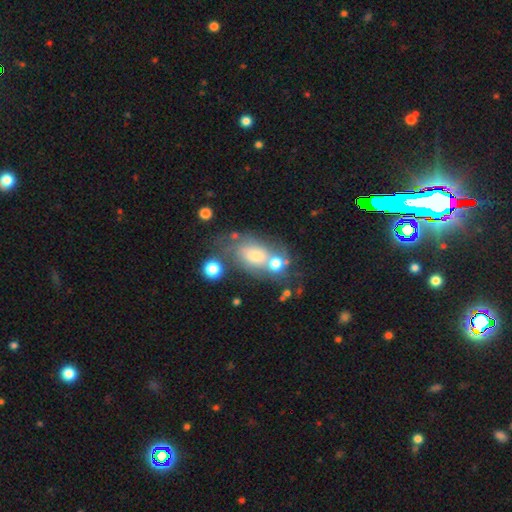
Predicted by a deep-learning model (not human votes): Smooth or featured: smooth — 52% (featured or disk — 35%)
How rounded: in between — 79% (round — 17%)
Merging: none — 39% (merger — 26%)